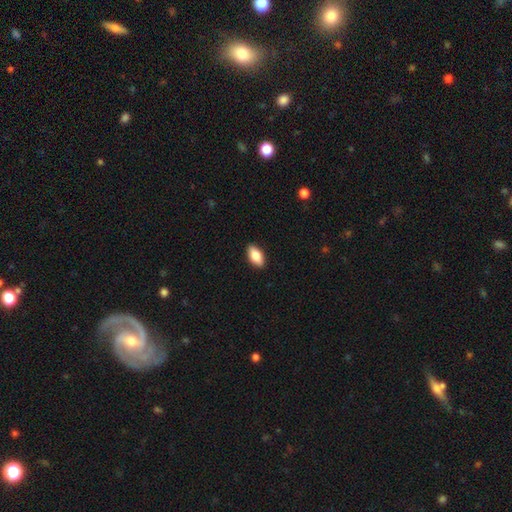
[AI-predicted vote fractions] Overall: smooth (81%). How rounded: in between (90%). Merging: none (90%).